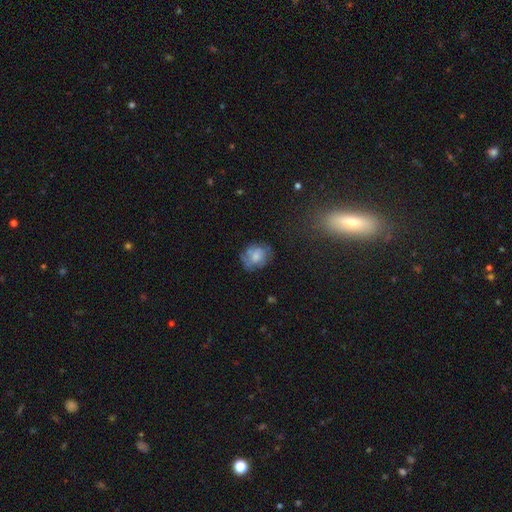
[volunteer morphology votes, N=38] A featured or disk galaxy (47%) with no bar (67%), no spiral arms (61%) and a moderate central bulge (33%, tied with small). Merging: none (69%).